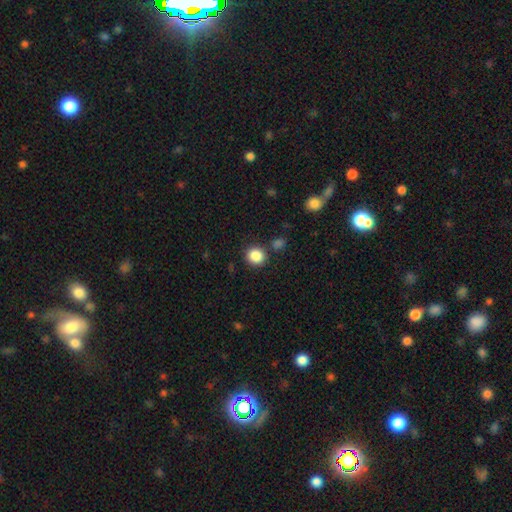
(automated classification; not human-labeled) Smooth or featured?
  - smooth: 87% *
  - star or artifact: 10%
  - featured or disk: 4%
How rounded?
  - round: 86% *
  - in between: 13%
  - cigar-shaped: 1%
Merging?
  - none: 83% *
  - minor disturbance: 8%
  - merger: 6%
  - major disturbance: 3%